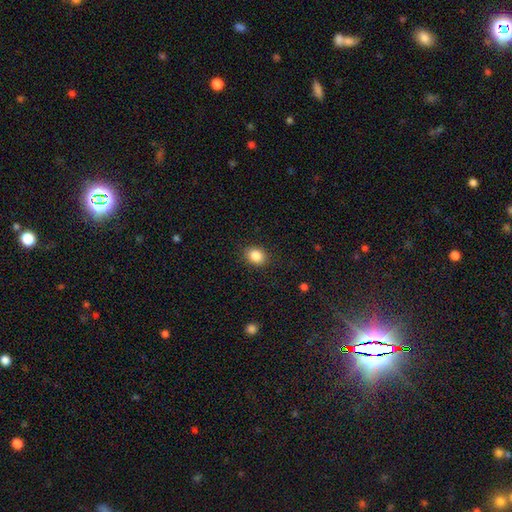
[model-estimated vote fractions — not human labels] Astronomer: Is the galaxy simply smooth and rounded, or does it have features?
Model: smooth — 86%.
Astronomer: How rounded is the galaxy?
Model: in between — 54% (runner-up: round, 45%).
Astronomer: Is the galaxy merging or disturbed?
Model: none — 89%.